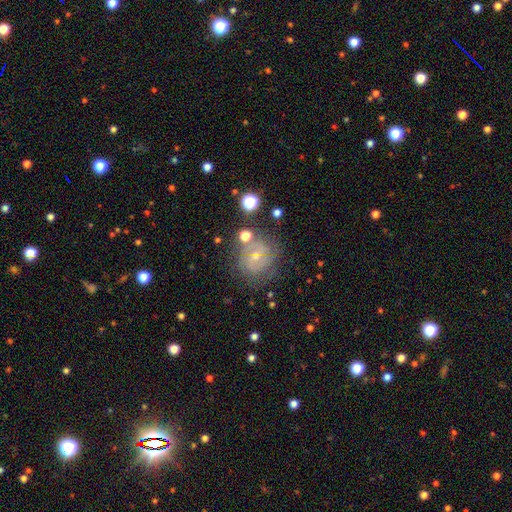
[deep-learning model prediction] This appears to be a featured or disk galaxy (63%) with no bar (48%), tight (59%) spiral arms (85%) and a small central bulge (71%). Merging: none (69%).